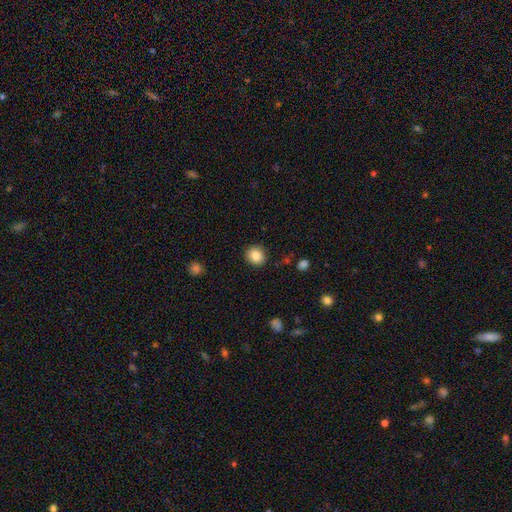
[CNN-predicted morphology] This is clearly a smooth galaxy (85%). How rounded: clearly round (87%). Merging: clearly none (90%).